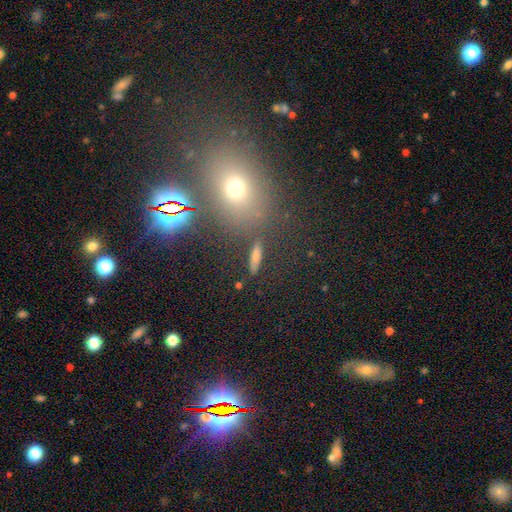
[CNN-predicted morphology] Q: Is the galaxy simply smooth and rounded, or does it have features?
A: smooth — 51%.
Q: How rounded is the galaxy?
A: cigar-shaped — 66%.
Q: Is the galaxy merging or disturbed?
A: none — 82%.